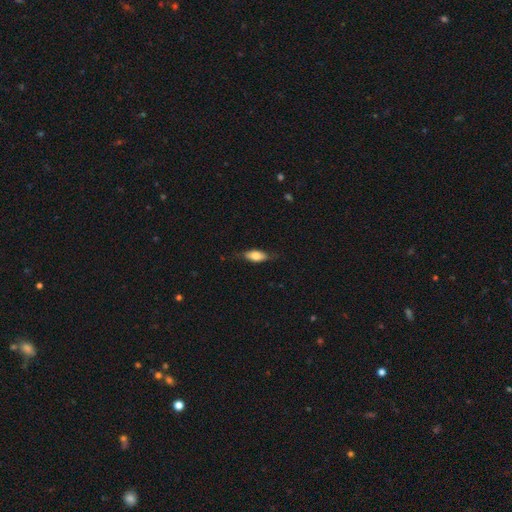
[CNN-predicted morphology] Smooth or featured? smooth (70%)
How rounded? in between (78%)
Merging? none (73%)